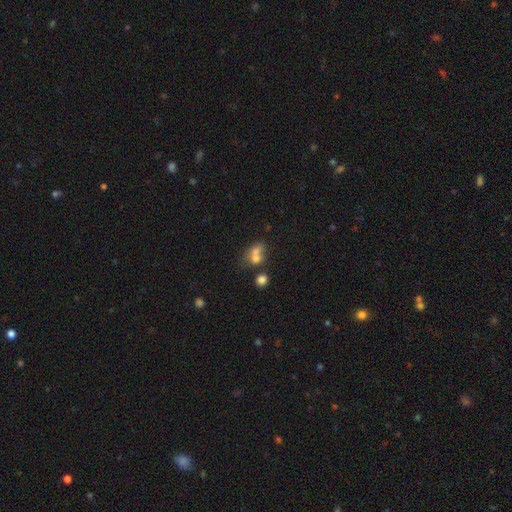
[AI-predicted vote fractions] smooth_or_featured: smooth (p=0.67) [alt: featured or disk p=0.20]
how_rounded: round (p=0.50) [alt: in between p=0.48]
merging: merger (p=0.58) [alt: none p=0.26]